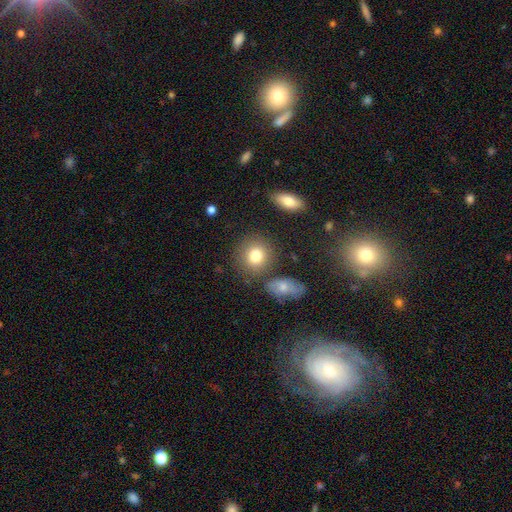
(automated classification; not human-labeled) Smooth or featured?
  - smooth: 80% *
  - featured or disk: 10%
  - star or artifact: 10%
How rounded?
  - round: 82% *
  - in between: 17%
  - cigar-shaped: 1%
Merging?
  - none: 77% *
  - minor disturbance: 10%
  - merger: 8%
  - major disturbance: 4%